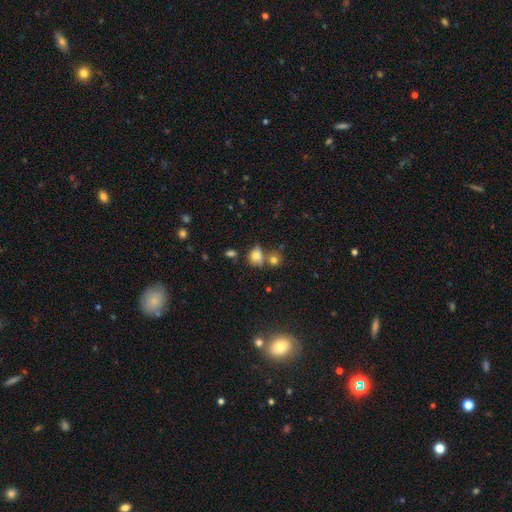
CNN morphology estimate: type=smooth (72%); roundness=round (53%); merging=none (48%).